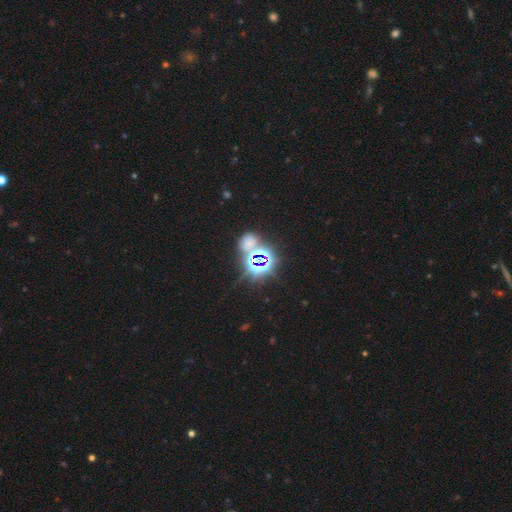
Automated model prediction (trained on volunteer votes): Q: Smooth or featured?
A: star or artifact (77%); runner-up: smooth (15%)